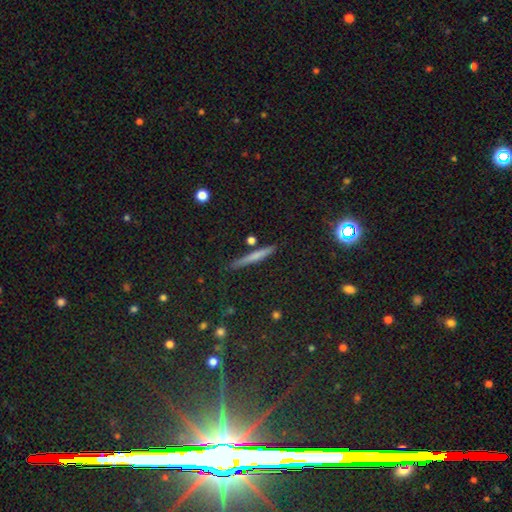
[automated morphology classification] type=smooth (60%); roundness=cigar-shaped (92%); merging=none (86%).